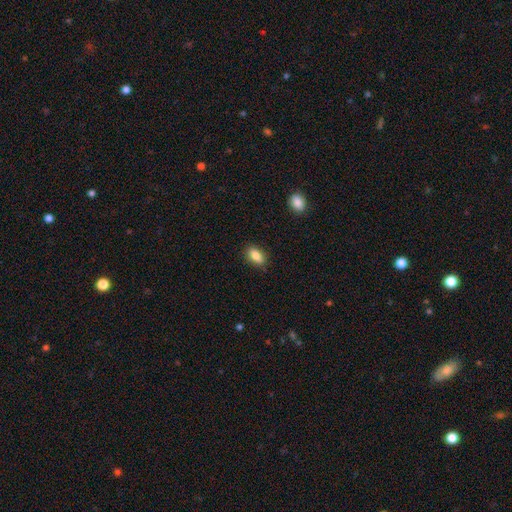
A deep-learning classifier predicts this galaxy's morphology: The model was most divided on "merging": none: 86%, minor disturbance: 10%, major disturbance: 2%, merger: 1%. More confident: how rounded — in between (89%); smooth or featured — smooth (86%).